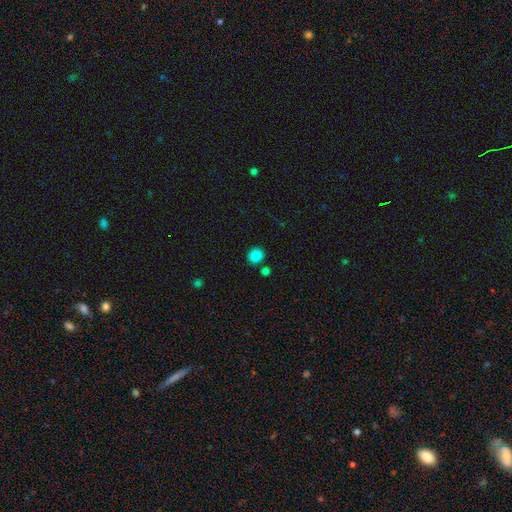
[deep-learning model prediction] smooth_or_featured: smooth (p=0.86) [alt: star or artifact p=0.10]
how_rounded: round (p=0.83) [alt: in between p=0.16]
merging: none (p=0.84) [alt: minor disturbance p=0.08]